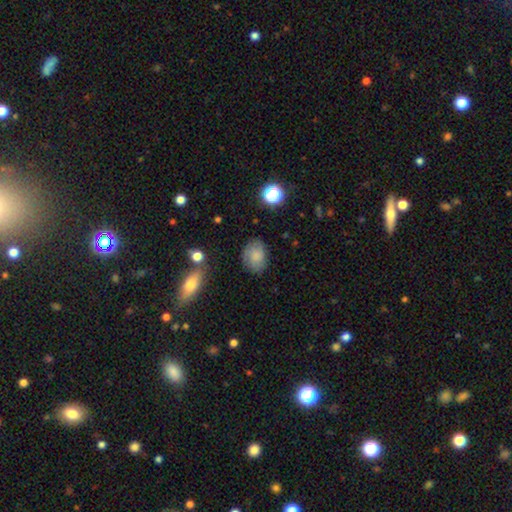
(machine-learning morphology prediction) A smooth galaxy with no disk features (77%) that is in between round and cigar-shaped (68%).

Vote fractions:
- Smooth or featured? smooth: 77% / featured or disk: 14% / star or artifact: 9%
- How rounded? in between: 68% / round: 30% / cigar-shaped: 1%
- Merging? none: 73% / minor disturbance: 19% / major disturbance: 6% / merger: 2%